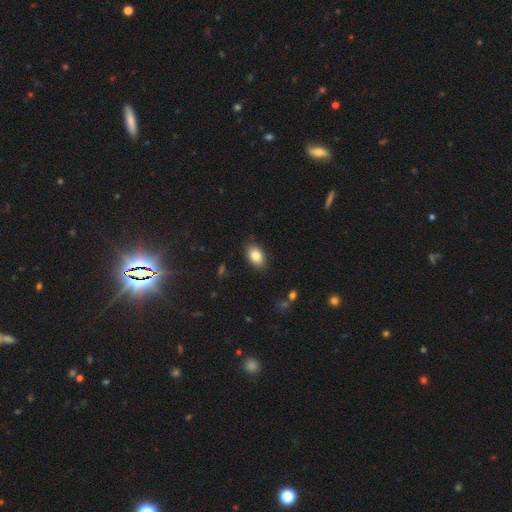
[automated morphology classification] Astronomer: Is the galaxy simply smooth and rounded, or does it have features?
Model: smooth — 84%.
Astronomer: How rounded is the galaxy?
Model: in between — 87%.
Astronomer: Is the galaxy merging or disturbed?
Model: none — 86%.